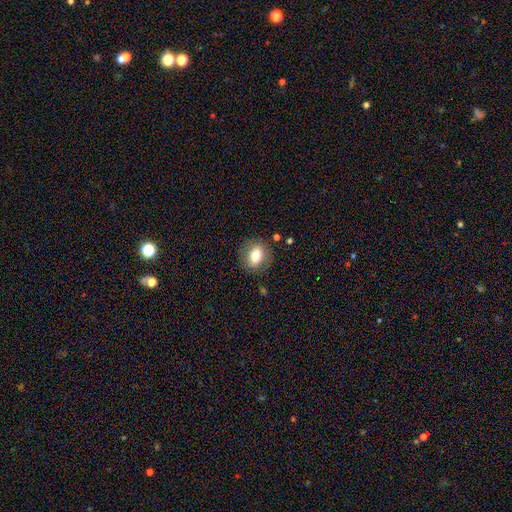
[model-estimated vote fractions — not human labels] smooth 75%, featured or disk 15%, star or artifact 10%. Down the decision tree: how rounded — round (52%); merging — none (84%).